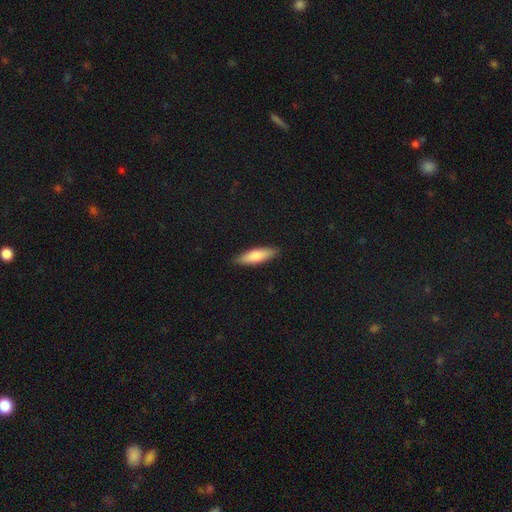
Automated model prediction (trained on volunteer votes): A smooth galaxy with no disk features (73%) that is cigar-shaped (60%).

Vote fractions:
- Smooth or featured? smooth: 73% / featured or disk: 21% / star or artifact: 6%
- How rounded? cigar-shaped: 60% / in between: 39% / round: 2%
- Merging? none: 88% / minor disturbance: 9% / major disturbance: 2% / merger: 1%